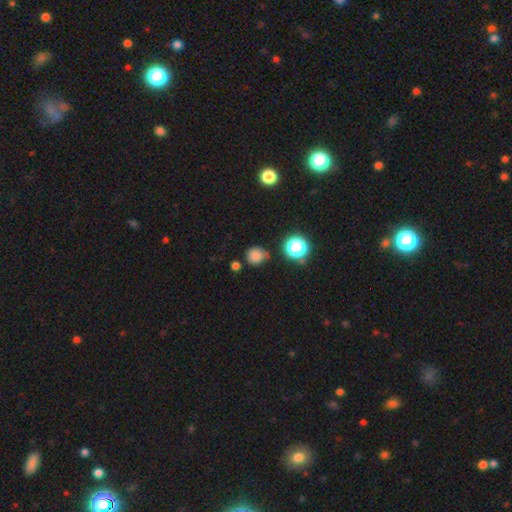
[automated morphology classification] smooth_or_featured: smooth (p=0.77) [alt: star or artifact p=0.17]
how_rounded: round (p=0.83) [alt: in between p=0.16]
merging: none (p=0.70) [alt: minor disturbance p=0.19]